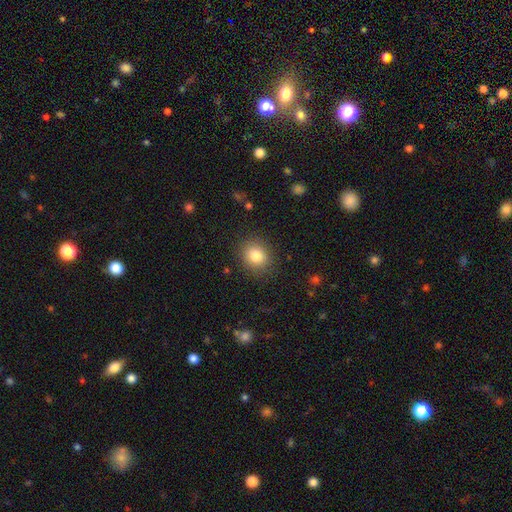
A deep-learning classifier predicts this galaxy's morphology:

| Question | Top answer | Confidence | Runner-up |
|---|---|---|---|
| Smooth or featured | smooth | 83% | star or artifact (10%) |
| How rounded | round | 76% | in between (23%) |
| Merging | none | 87% | minor disturbance (9%) |